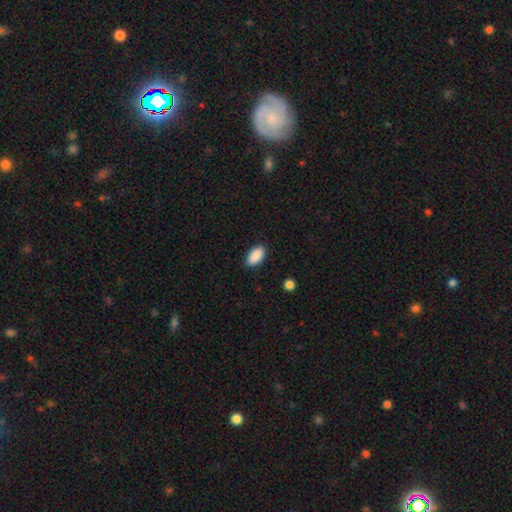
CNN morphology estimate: This is clearly a smooth galaxy (90%). How rounded: clearly in between (94%). Merging: clearly none (87%).